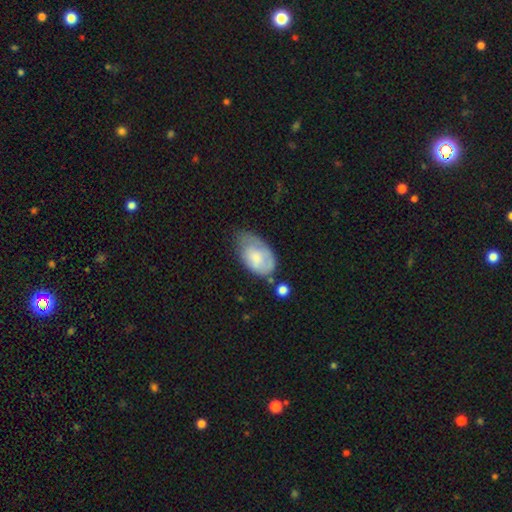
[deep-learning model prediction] Smooth or featured? smooth (60%)
How rounded? in between (92%)
Merging? minor disturbance (39%)